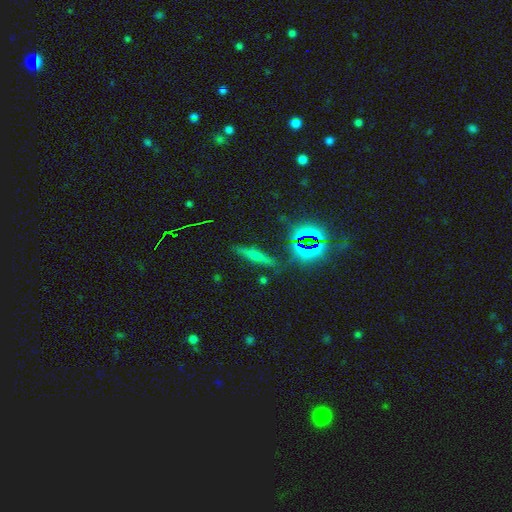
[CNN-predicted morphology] Smooth or featured? Predicted: featured or disk (p=0.37). Merging? Predicted: none (p=0.84).